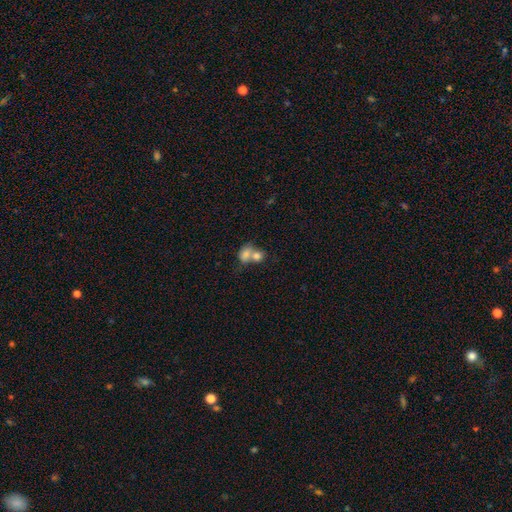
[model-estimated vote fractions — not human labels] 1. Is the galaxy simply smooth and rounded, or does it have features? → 76% smooth, 15% featured or disk, 9% star or artifact.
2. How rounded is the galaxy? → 50% round, 49% in between, 1% cigar-shaped.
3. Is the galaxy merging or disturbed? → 69% merger, 20% none, 7% minor disturbance, 4% major disturbance.